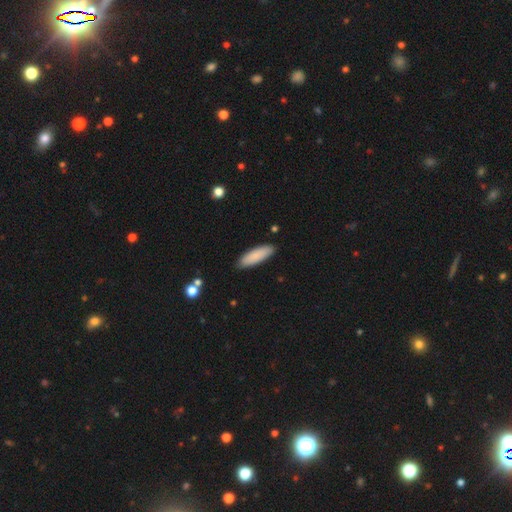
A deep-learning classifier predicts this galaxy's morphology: Q: Smooth or featured?
A: smooth (87%); runner-up: featured or disk (7%)
Q: How rounded?
A: cigar-shaped (50%); runner-up: in between (49%)
Q: Merging?
A: none (88%); runner-up: minor disturbance (9%)